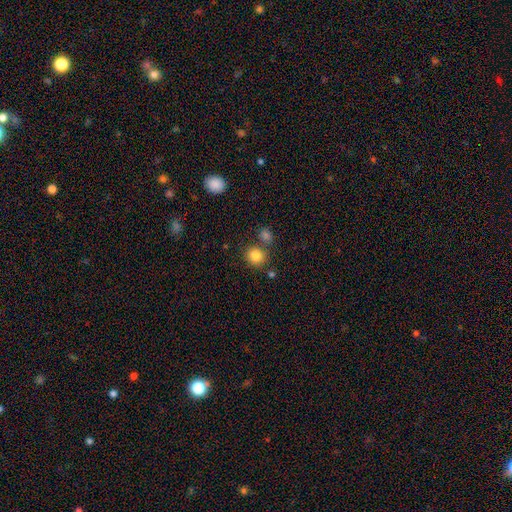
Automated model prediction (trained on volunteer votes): A smooth galaxy with no disk features (83%) that is round (83%).

Vote fractions:
- Smooth or featured? smooth: 83% / star or artifact: 11% / featured or disk: 6%
- How rounded? round: 83% / in between: 17% / cigar-shaped: 1%
- Merging? none: 72% / merger: 15% / minor disturbance: 10% / major disturbance: 3%